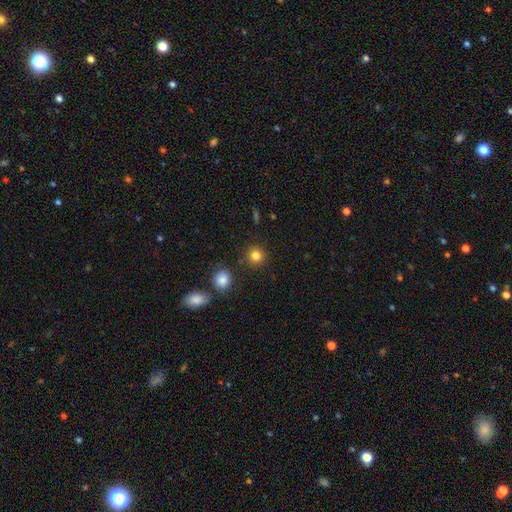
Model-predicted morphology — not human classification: This is clearly a smooth galaxy (83%). How rounded: clearly round (91%). Merging: clearly none (88%).